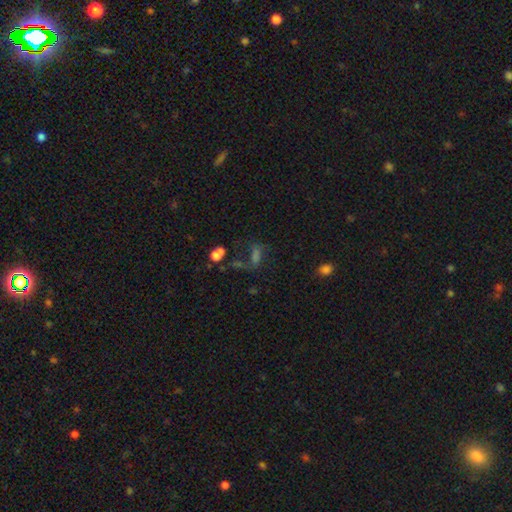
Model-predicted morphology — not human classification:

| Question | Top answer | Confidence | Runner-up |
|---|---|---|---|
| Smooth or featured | smooth | 38% | star or artifact (35%) |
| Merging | none | 47% | major disturbance (23%) |